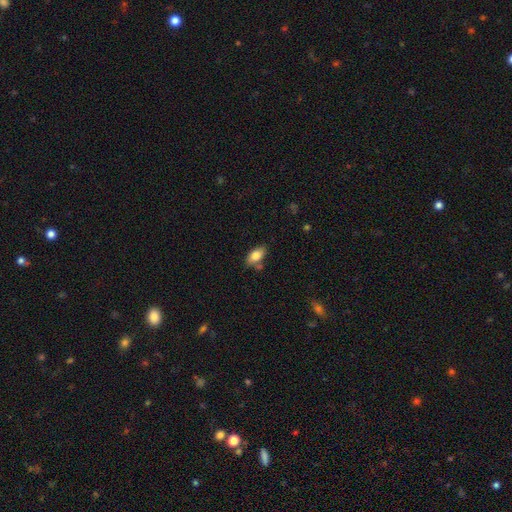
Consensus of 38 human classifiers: Smooth or featured? smooth (82%)
How rounded? in between (90%)
Merging? none (63%)